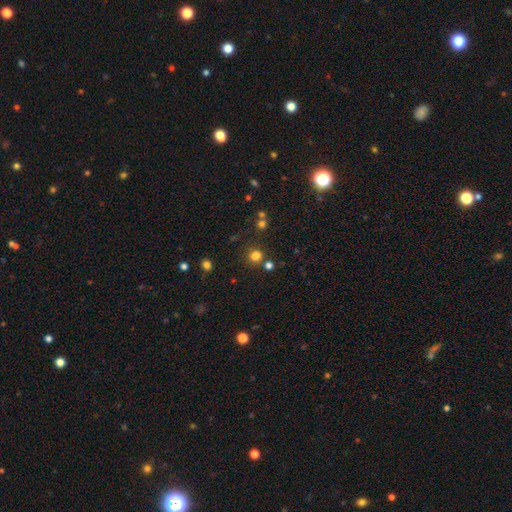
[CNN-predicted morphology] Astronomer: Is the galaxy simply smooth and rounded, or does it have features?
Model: smooth — 76%.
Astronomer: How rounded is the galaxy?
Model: round — 83%.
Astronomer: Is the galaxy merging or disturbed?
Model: none — 76%.